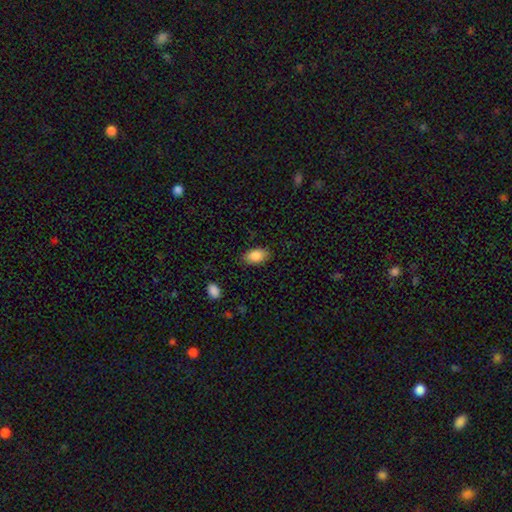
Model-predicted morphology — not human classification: The model was most divided on "merging": none: 85%, minor disturbance: 11%, major disturbance: 3%, merger: 1%. More confident: how rounded — in between (92%); smooth or featured — smooth (87%).